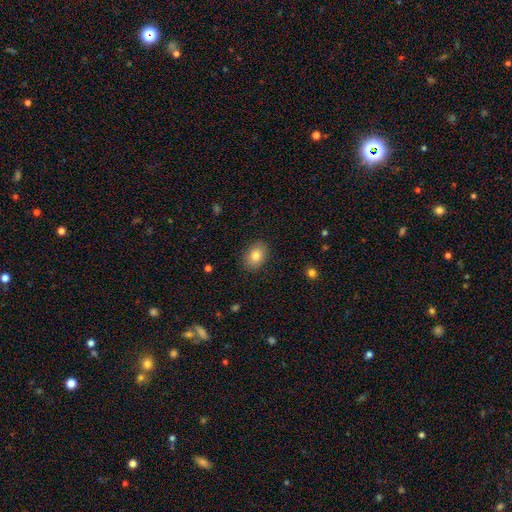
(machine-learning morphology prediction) Smooth or featured: smooth — 83% (featured or disk — 9%)
How rounded: in between — 76% (round — 23%)
Merging: none — 88% (minor disturbance — 9%)